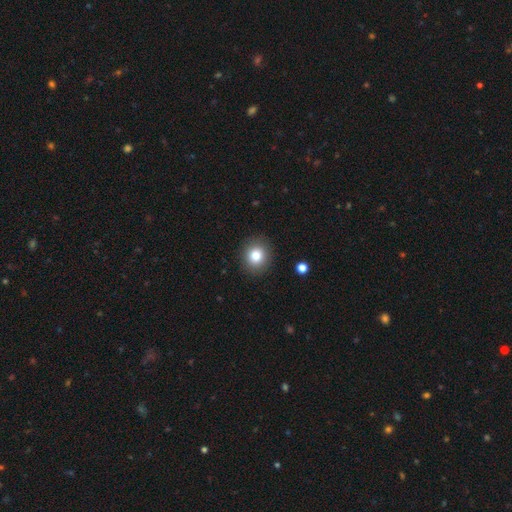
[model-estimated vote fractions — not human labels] Overall: smooth (80%). How rounded: round (81%). Merging: none (90%).